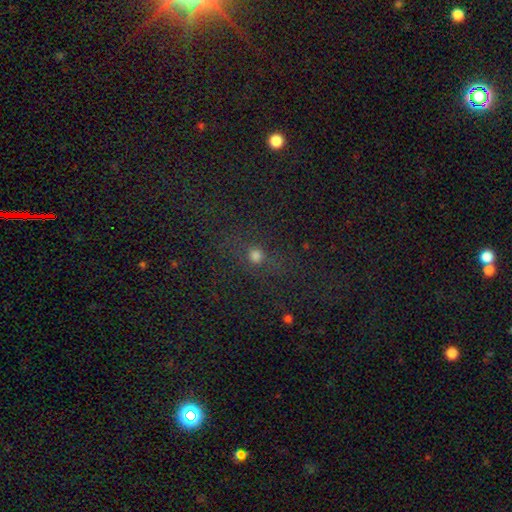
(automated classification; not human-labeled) smooth_or_featured: smooth (p=0.60) [alt: star or artifact p=0.28]
how_rounded: round (p=0.74) [alt: in between p=0.21]
merging: none (p=0.76) [alt: minor disturbance p=0.13]